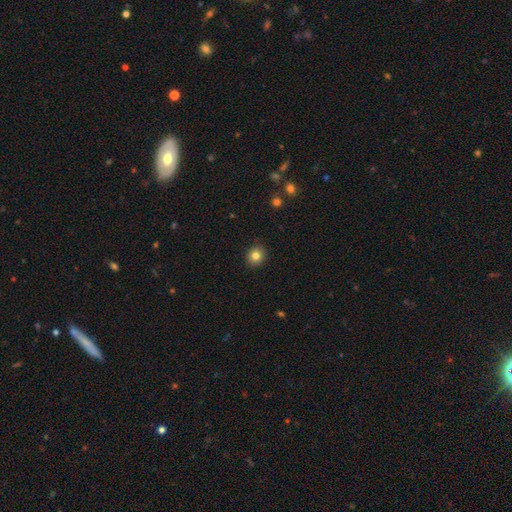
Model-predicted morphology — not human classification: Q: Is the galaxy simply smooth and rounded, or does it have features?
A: smooth — 82%.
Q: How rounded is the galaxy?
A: round — 84%.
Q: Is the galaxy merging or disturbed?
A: none — 91%.